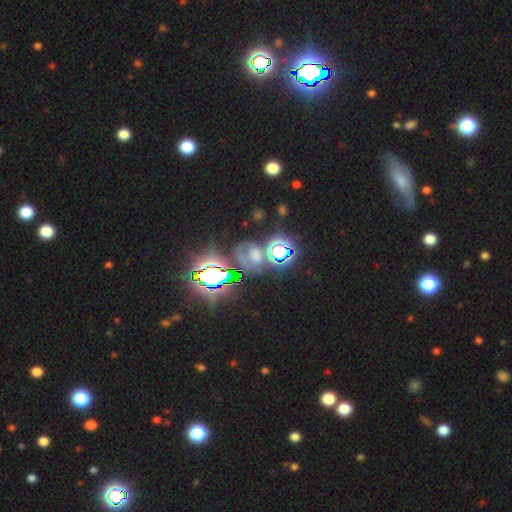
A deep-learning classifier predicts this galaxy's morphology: This is likely a star or artifact rather than a galaxy (63%).